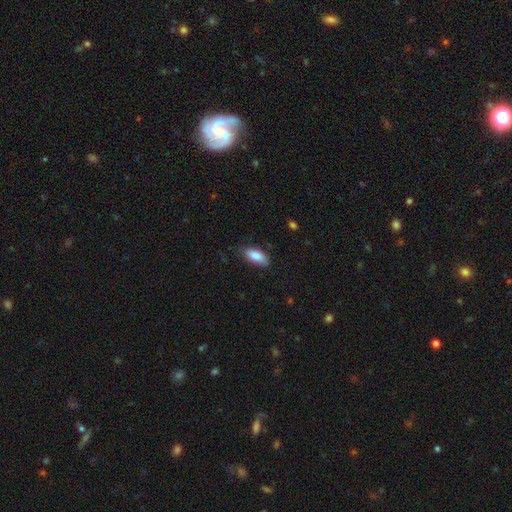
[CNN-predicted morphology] The model was most divided on "merging": none: 81%, minor disturbance: 15%, major disturbance: 3%, merger: 1%. More confident: how rounded — in between (85%); smooth or featured — smooth (83%).